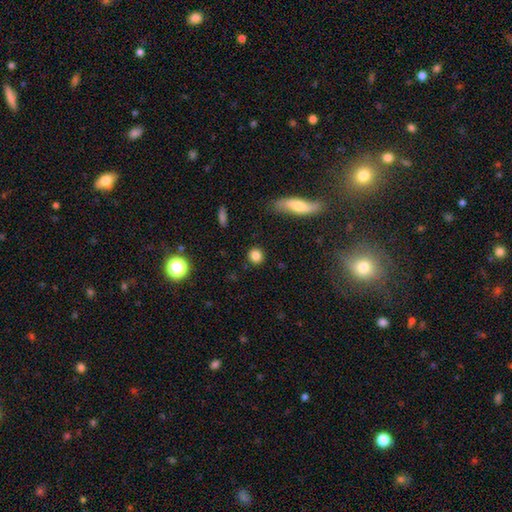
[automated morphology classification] The model was most divided on "smooth or featured": smooth: 84%, star or artifact: 10%, featured or disk: 6%. More confident: merging — none (89%); how rounded — round (87%).